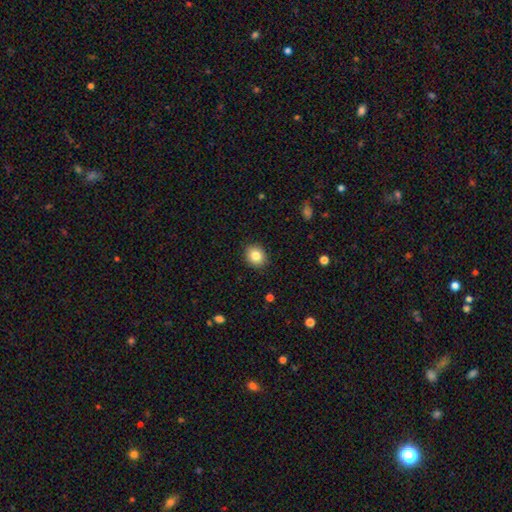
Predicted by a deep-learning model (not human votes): smooth_or_featured: smooth (p=0.83) [alt: star or artifact p=0.09]
how_rounded: round (p=0.69) [alt: in between p=0.30]
merging: none (p=0.90) [alt: minor disturbance p=0.07]